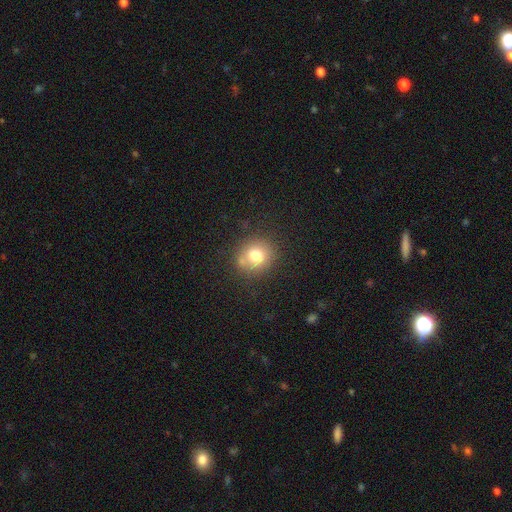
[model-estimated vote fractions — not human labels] Smooth or featured? smooth (76%)
How rounded? round (81%)
Merging? none (72%)